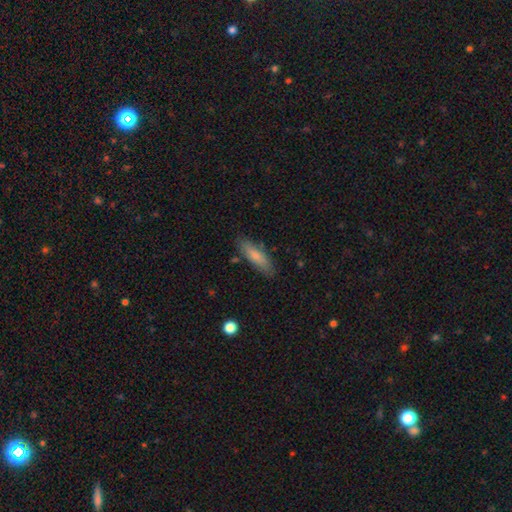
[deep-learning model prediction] Overall: smooth (77%). How rounded: cigar-shaped (56%; in between 42%). Merging: none (82%).